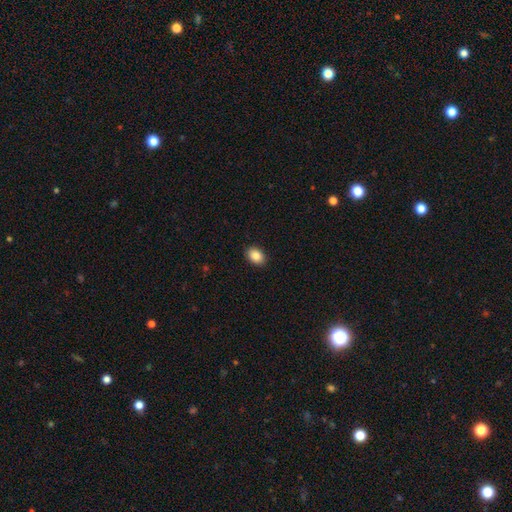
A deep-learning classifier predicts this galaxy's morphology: A smooth galaxy with no disk features (87%) that is in between round and cigar-shaped (79%).

Vote fractions:
- Smooth or featured? smooth: 87% / star or artifact: 8% / featured or disk: 5%
- How rounded? in between: 79% / round: 20% / cigar-shaped: 1%
- Merging? none: 90% / minor disturbance: 7% / major disturbance: 2% / merger: 1%